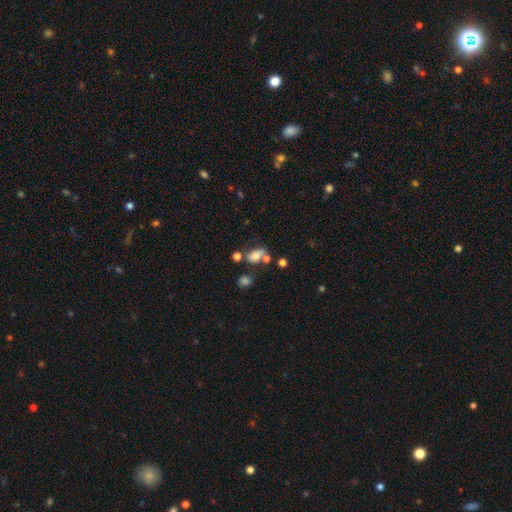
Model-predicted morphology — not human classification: A smooth galaxy with no disk features (64%) that is in between round and cigar-shaped (76%).

Vote fractions:
- Smooth or featured? smooth: 64% / featured or disk: 24% / star or artifact: 12%
- How rounded? in between: 76% / round: 20% / cigar-shaped: 4%
- Merging? none: 46% / merger: 25% / minor disturbance: 19% / major disturbance: 10%